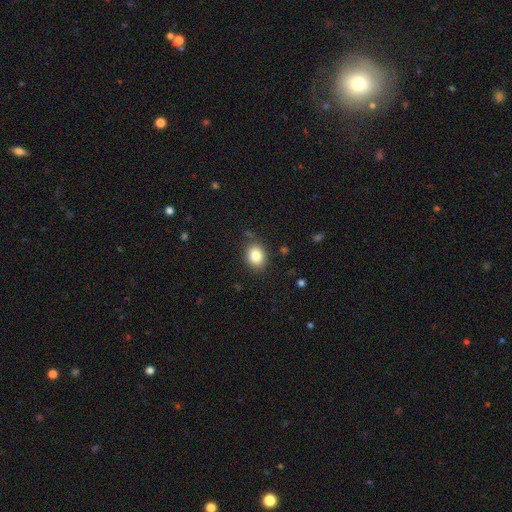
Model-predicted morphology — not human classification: smooth-or-featured: smooth: 84% | star or artifact: 9% | featured or disk: 7%
  how-rounded: in between: 54% | round: 45% | cigar-shaped: 1%
  merging: none: 83% | minor disturbance: 12% | major disturbance: 3% | merger: 2%